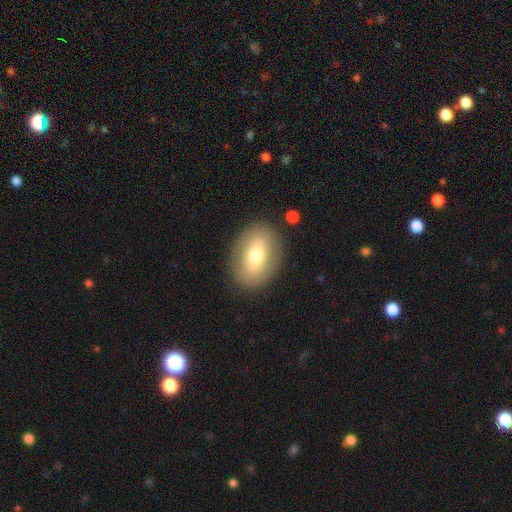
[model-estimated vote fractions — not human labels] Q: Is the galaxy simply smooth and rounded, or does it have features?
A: smooth — 62%.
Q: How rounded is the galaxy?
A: in between — 80%.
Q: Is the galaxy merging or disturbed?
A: none — 85%.